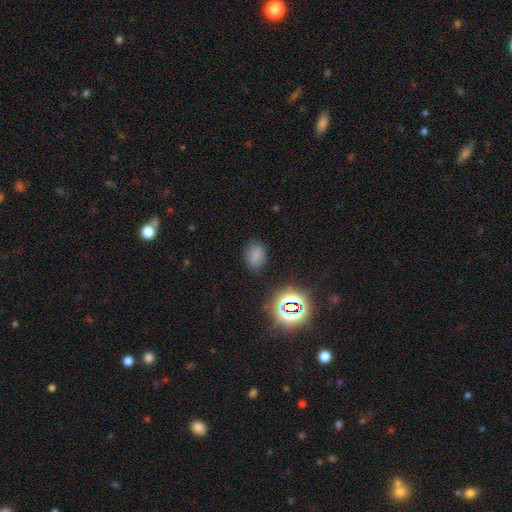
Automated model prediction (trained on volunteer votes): smooth-or-featured: smooth: 71% | star or artifact: 21% | featured or disk: 7%
  how-rounded: in between: 77% | round: 21% | cigar-shaped: 2%
  merging: none: 78% | minor disturbance: 15% | major disturbance: 5% | merger: 2%